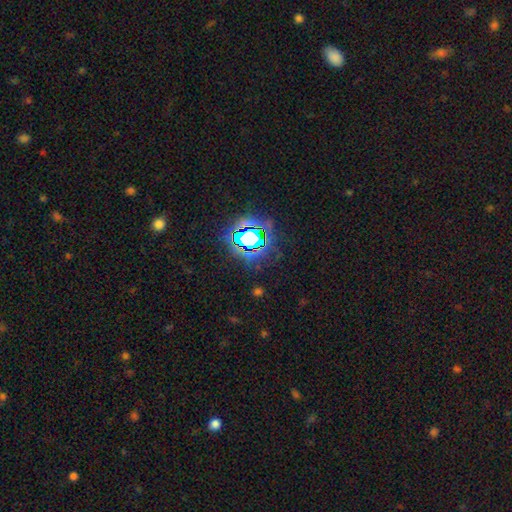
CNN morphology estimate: Smooth or featured? Predicted: star or artifact (p=0.82).